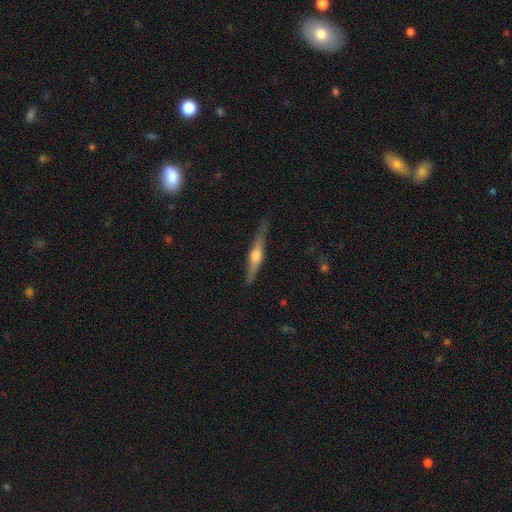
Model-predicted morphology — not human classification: Smooth or featured? Predicted: featured or disk (p=0.67). Edge-on disk? Predicted: yes (p=0.97). Edge-on bulge? Predicted: rounded (p=0.93). Merging? Predicted: none (p=0.83).